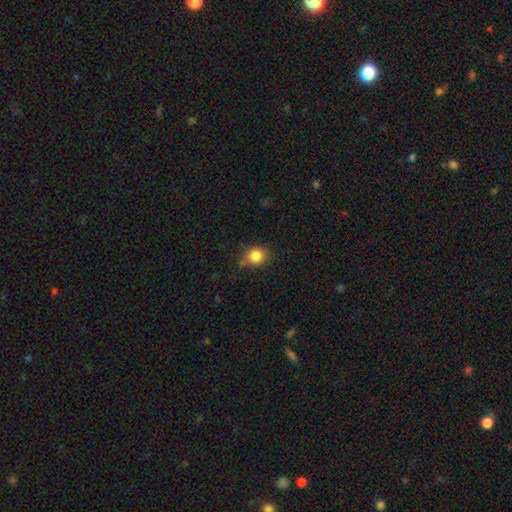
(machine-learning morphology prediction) smooth_or_featured: smooth (p=0.84) [alt: star or artifact p=0.10]
how_rounded: round (p=0.73) [alt: in between p=0.26]
merging: none (p=0.69) [alt: minor disturbance p=0.22]